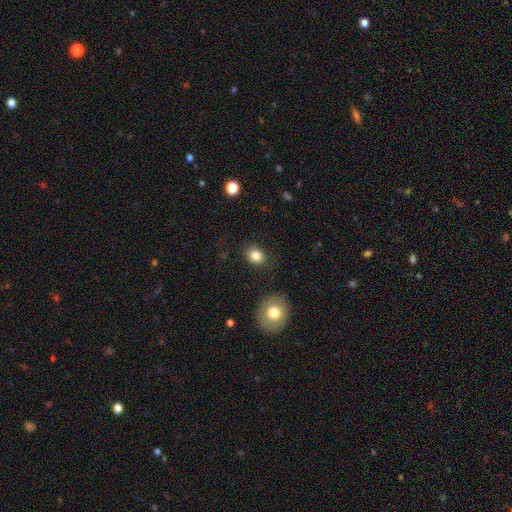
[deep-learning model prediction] Smooth or featured: smooth — 83% (star or artifact — 11%)
How rounded: round — 64% (in between — 35%)
Merging: none — 85% (minor disturbance — 10%)